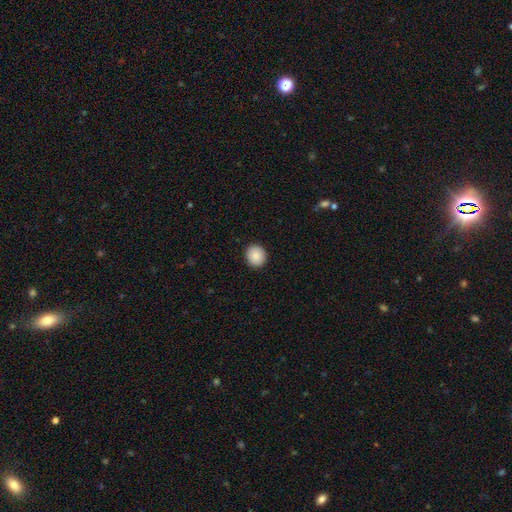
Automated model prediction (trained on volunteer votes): Overall: smooth (88%). How rounded: round (84%). Merging: none (92%).